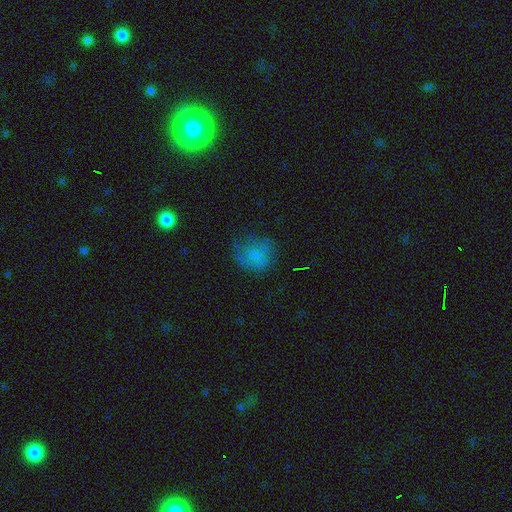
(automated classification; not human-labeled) smooth_or_featured: smooth (p=0.62) [alt: featured or disk p=0.23]
how_rounded: round (p=0.70) [alt: in between p=0.28]
merging: none (p=0.48) [alt: minor disturbance p=0.27]